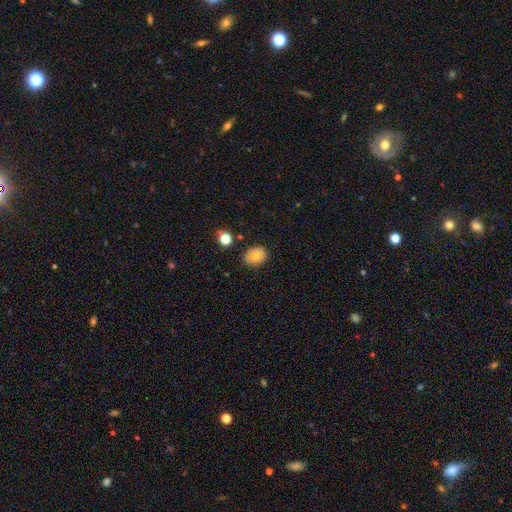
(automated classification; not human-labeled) Morphology: type=smooth (77%); roundness=in between (60%); merging=none (81%).